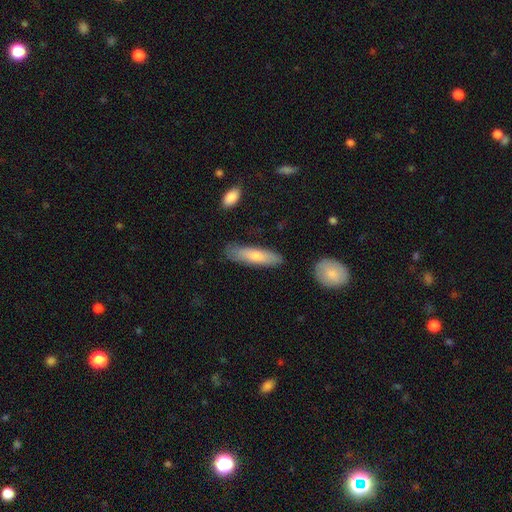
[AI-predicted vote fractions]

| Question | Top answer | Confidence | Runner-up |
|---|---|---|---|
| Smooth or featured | smooth | 69% | featured or disk (25%) |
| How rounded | cigar-shaped | 73% | in between (25%) |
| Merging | none | 82% | minor disturbance (13%) |